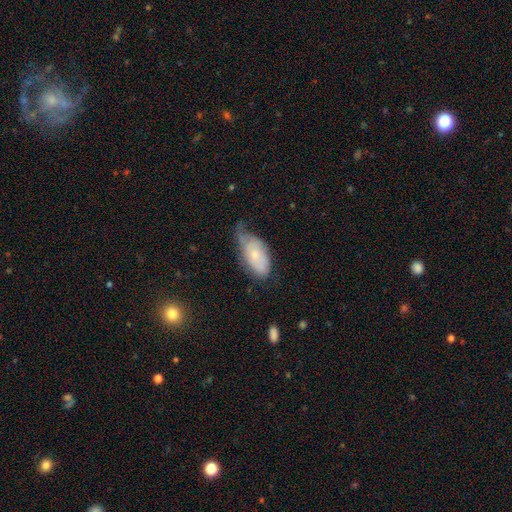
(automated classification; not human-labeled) Q: Smooth or featured?
A: smooth (58%); runner-up: featured or disk (35%)
Q: How rounded?
A: in between (92%); runner-up: cigar-shaped (5%)
Q: Merging?
A: minor disturbance (43%); runner-up: none (30%)